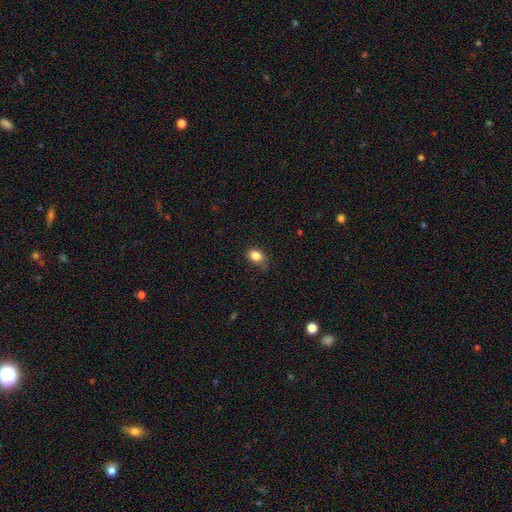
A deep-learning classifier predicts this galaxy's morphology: The model was most divided on "how rounded": in between: 58%, round: 40%, cigar-shaped: 1%. More confident: smooth or featured — smooth (84%); merging — none (71%).